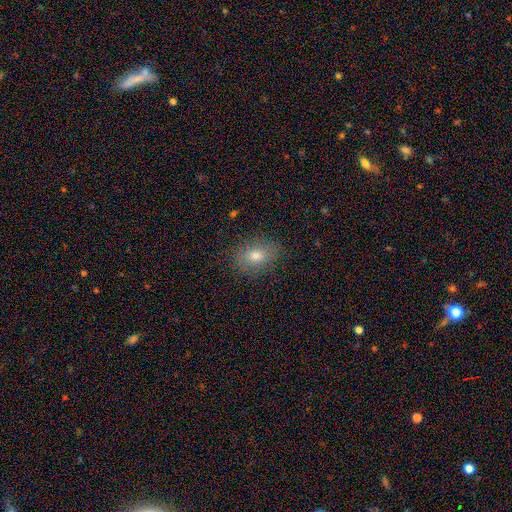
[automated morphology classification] This appears to be a smooth galaxy with no disk features (77%) that is in between round and cigar-shaped (70%). Merging: none (85%).